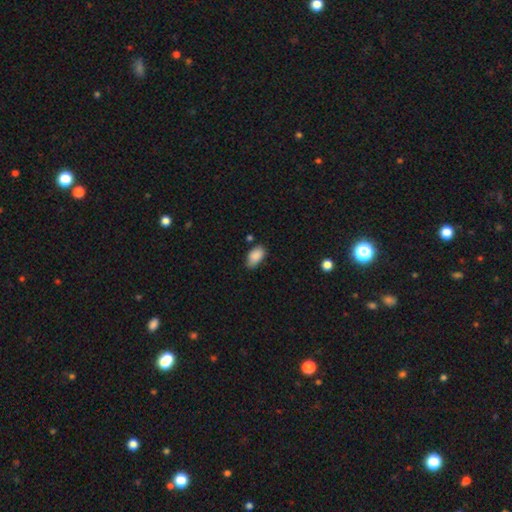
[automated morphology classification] Q: Smooth or featured?
A: smooth (88%); runner-up: star or artifact (7%)
Q: How rounded?
A: in between (93%); runner-up: round (5%)
Q: Merging?
A: none (68%); runner-up: minor disturbance (25%)